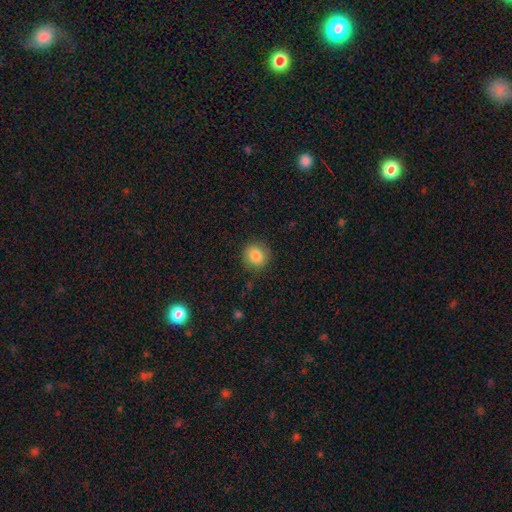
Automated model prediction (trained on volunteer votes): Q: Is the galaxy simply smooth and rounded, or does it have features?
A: smooth — 85%.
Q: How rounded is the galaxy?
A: round — 88%.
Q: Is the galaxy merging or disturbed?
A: none — 86%.